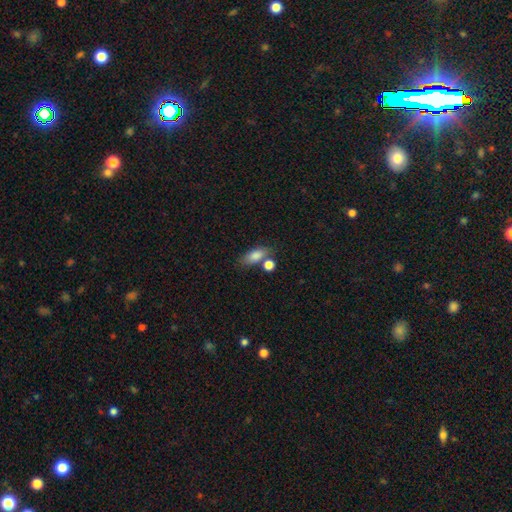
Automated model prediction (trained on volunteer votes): Overall: smooth (82%). How rounded: in between (80%). Merging: none (57%; merger 22%).